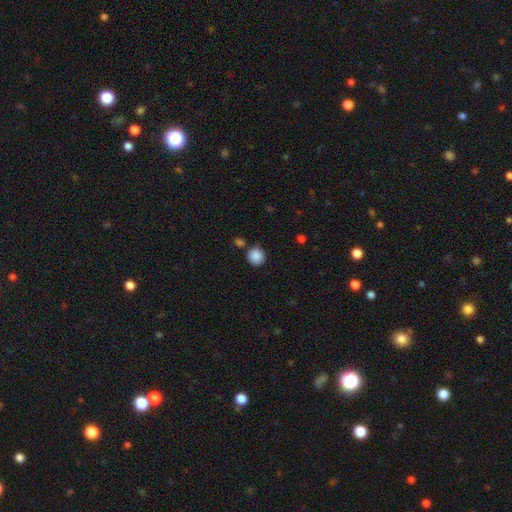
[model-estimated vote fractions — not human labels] Smooth or featured: smooth — 88% (star or artifact — 8%)
How rounded: round — 91% (in between — 8%)
Merging: none — 82% (minor disturbance — 9%)